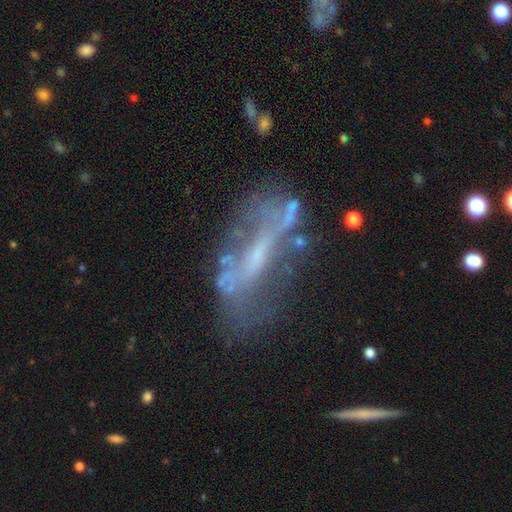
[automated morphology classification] smooth_or_featured: featured or disk (p=0.70) [alt: smooth p=0.19]
disk_edge_on: no (p=0.80) [alt: yes p=0.20]
bar: no (p=0.38) [alt: weak p=0.33]
has_spiral_arms: no (p=0.58) [alt: yes p=0.42]
bulge_size: small (p=0.44) [alt: none p=0.29]
merging: none (p=0.50) [alt: minor disturbance p=0.22]